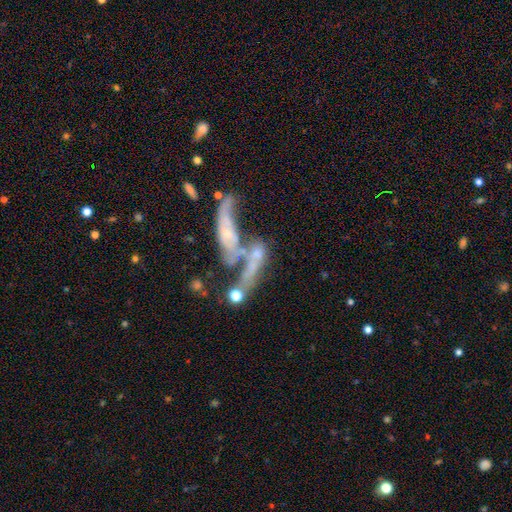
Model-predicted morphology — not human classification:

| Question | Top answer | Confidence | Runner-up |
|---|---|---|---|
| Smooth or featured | featured or disk | 58% | smooth (30%) |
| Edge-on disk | no | 73% | yes (27%) |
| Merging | merger | 56% | major disturbance (18%) |